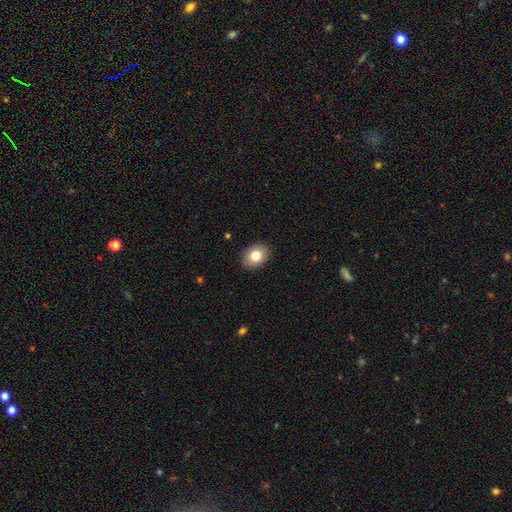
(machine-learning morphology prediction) Q: Smooth or featured?
A: smooth (82%); runner-up: featured or disk (10%)
Q: How rounded?
A: in between (70%); runner-up: round (29%)
Q: Merging?
A: none (89%); runner-up: minor disturbance (8%)